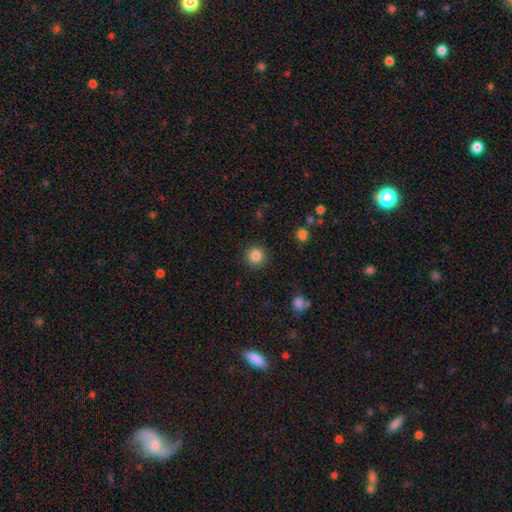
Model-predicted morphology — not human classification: smooth 84%, star or artifact 11%, featured or disk 5%. Down the decision tree: how rounded — round (95%); merging — none (91%).